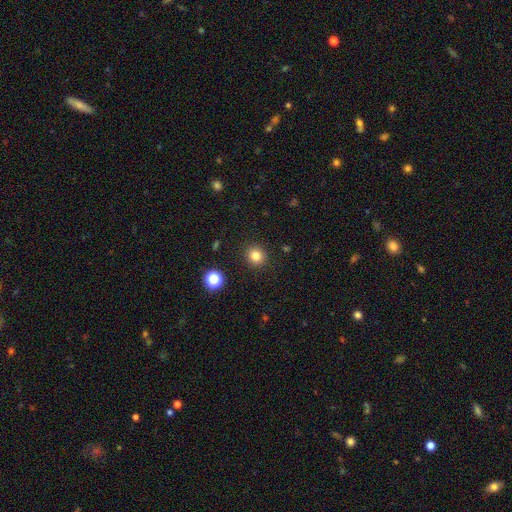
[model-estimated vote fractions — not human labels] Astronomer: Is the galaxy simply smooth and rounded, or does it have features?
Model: smooth — 81%.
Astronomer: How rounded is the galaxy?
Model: round — 88%.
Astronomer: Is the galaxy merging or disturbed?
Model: none — 91%.